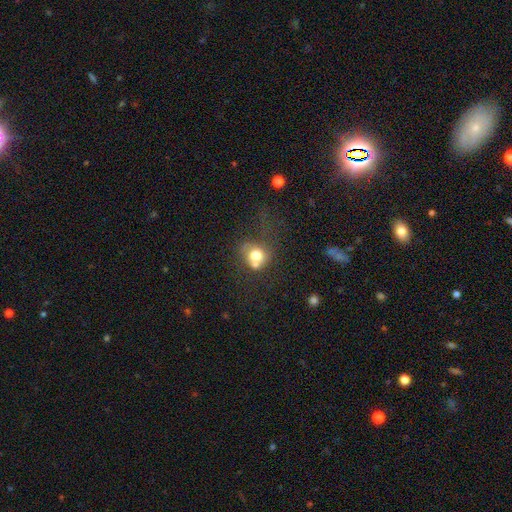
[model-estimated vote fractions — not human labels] A smooth galaxy with no disk features (71%) that is round (74%).

Vote fractions:
- Smooth or featured? smooth: 71% / featured or disk: 18% / star or artifact: 12%
- How rounded? round: 74% / in between: 25% / cigar-shaped: 1%
- Merging? none: 37% / merger: 36% / minor disturbance: 16% / major disturbance: 12%